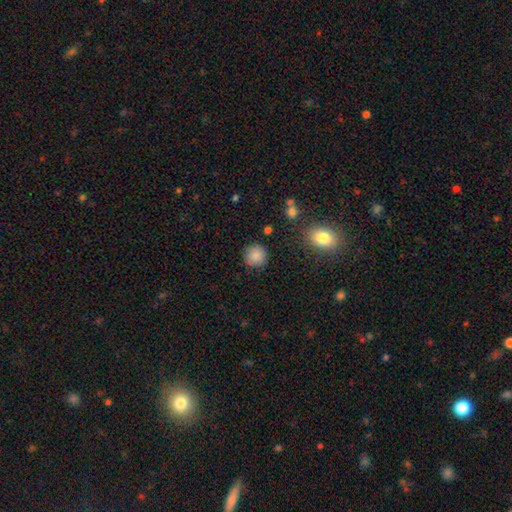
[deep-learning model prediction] A smooth galaxy with no disk features (86%) that is round (92%).

Vote fractions:
- Smooth or featured? smooth: 86% / star or artifact: 9% / featured or disk: 5%
- How rounded? round: 92% / in between: 7% / cigar-shaped: 1%
- Merging? none: 86% / minor disturbance: 10% / major disturbance: 3% / merger: 2%